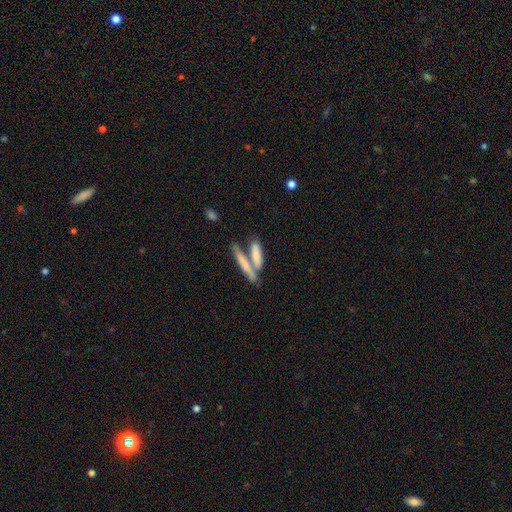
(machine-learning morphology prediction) smooth 63%, featured or disk 29%, star or artifact 8%. Down the decision tree: how rounded — cigar-shaped (80%); merging — none (46%).